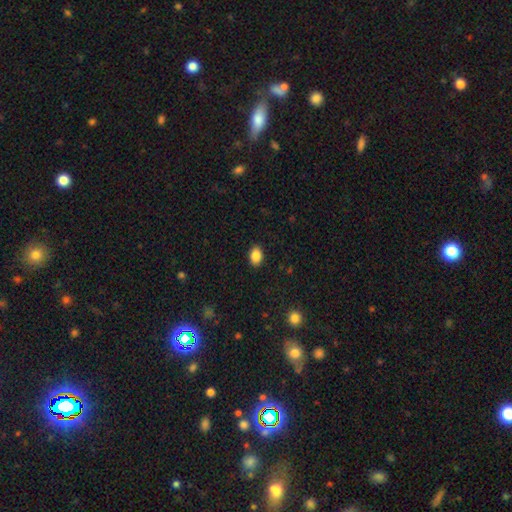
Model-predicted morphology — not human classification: Smooth or featured? smooth (87%)
How rounded? in between (76%)
Merging? none (89%)